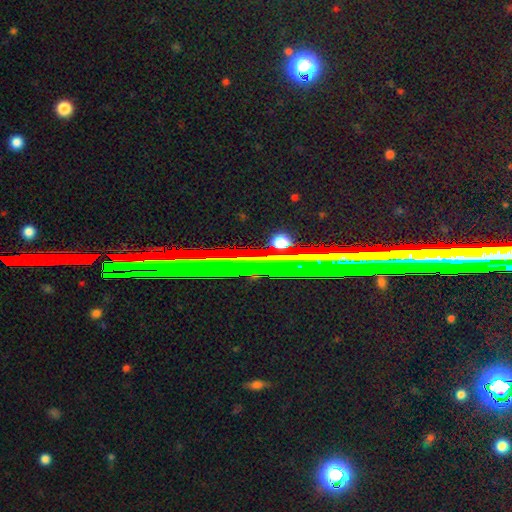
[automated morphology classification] This appears to be a star or artifact, not a galaxy (78%).